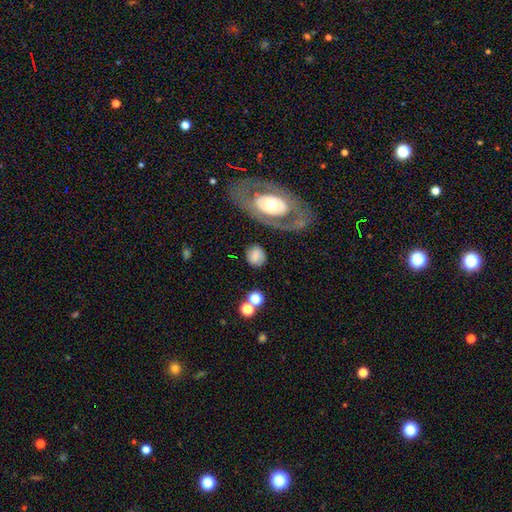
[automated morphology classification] A smooth galaxy with no disk features (64%) that is round (61%).

Vote fractions:
- Smooth or featured? smooth: 64% / featured or disk: 28% / star or artifact: 8%
- How rounded? round: 61% / in between: 37% / cigar-shaped: 2%
- Merging? none: 75% / minor disturbance: 13% / major disturbance: 7% / merger: 5%